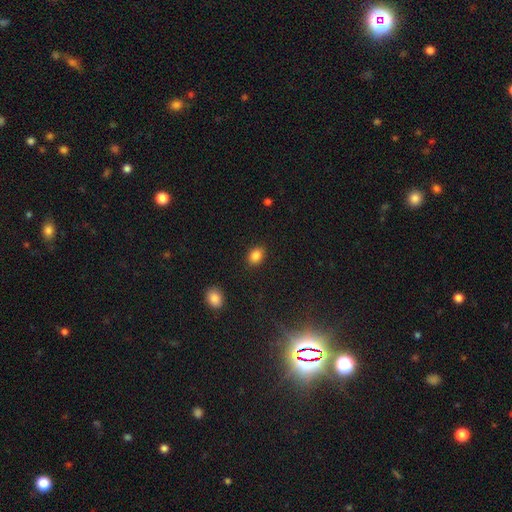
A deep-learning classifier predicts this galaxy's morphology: smooth_or_featured: smooth (p=0.85) [alt: star or artifact p=0.10]
how_rounded: in between (p=0.71) [alt: round p=0.28]
merging: none (p=0.87) [alt: minor disturbance p=0.09]